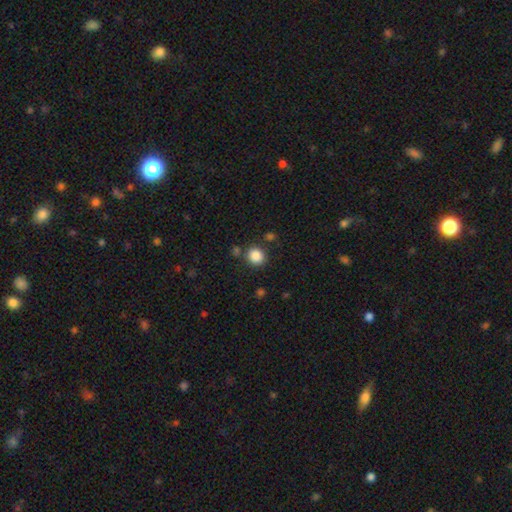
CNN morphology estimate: A smooth galaxy with no disk features (87%) that is round (75%).

Vote fractions:
- Smooth or featured? smooth: 87% / star or artifact: 10% / featured or disk: 4%
- How rounded? round: 75% / in between: 24% / cigar-shaped: 1%
- Merging? none: 81% / minor disturbance: 10% / merger: 6% / major disturbance: 4%